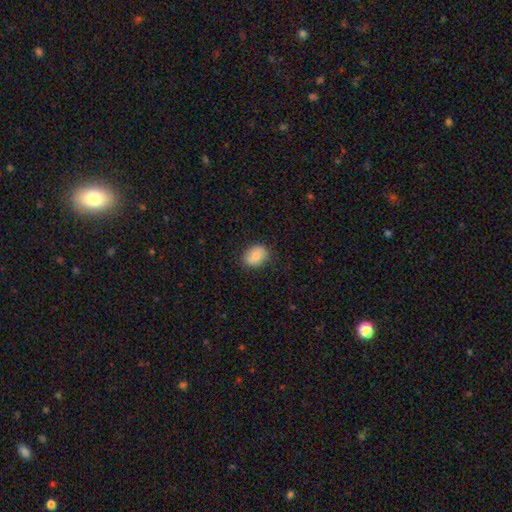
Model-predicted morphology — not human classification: This appears to be a smooth galaxy with no disk features (83%) that is in between round and cigar-shaped (63%). Merging: none (83%).